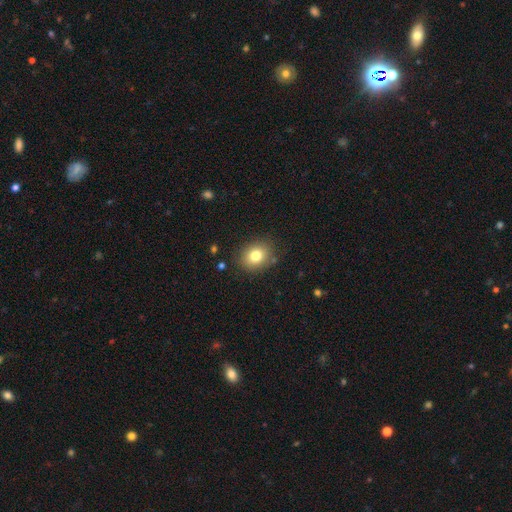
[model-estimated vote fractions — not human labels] smooth 80%, star or artifact 11%, featured or disk 10%. Down the decision tree: how rounded — round (53%); merging — none (85%).